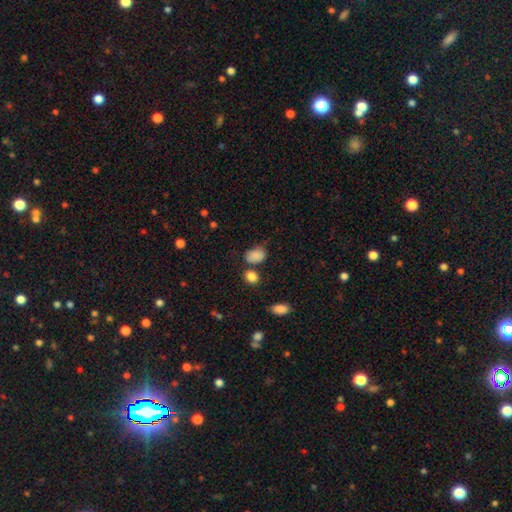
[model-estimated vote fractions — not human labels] Smooth or featured: smooth — 85% (star or artifact — 9%)
How rounded: in between — 80% (round — 19%)
Merging: none — 57% (minor disturbance — 23%)